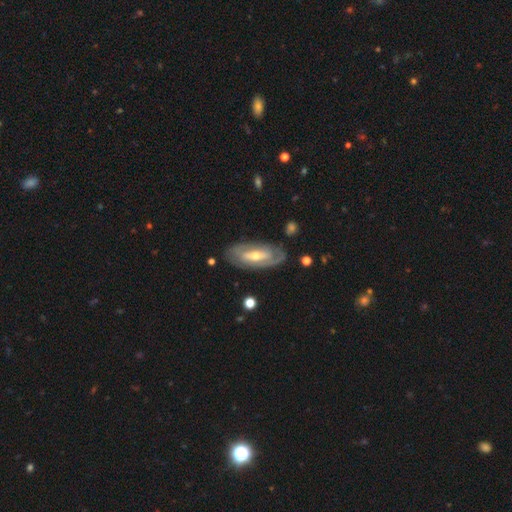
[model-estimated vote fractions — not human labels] A featured or disk galaxy (75%) with a strong bar (36%), spiral arms (70%) and a moderate central bulge (54%).

Vote fractions:
- Smooth or featured? featured or disk: 75% / smooth: 20% / star or artifact: 5%
- Edge-on disk? no: 87% / yes: 13%
- Bar? strong: 36% / weak: 33% / no: 31%
- Spiral arms? yes: 70% / no: 30%
- Bulge size? moderate: 54% / small: 41% / large: 3% / none: 1% / dominant: 1%
- Merging? none: 80% / minor disturbance: 13% / major disturbance: 5% / merger: 2%